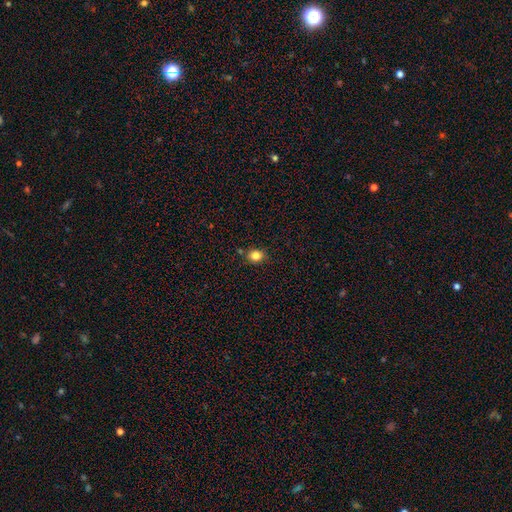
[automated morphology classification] Smooth or featured? smooth (83%)
How rounded? round (65%)
Merging? none (81%)